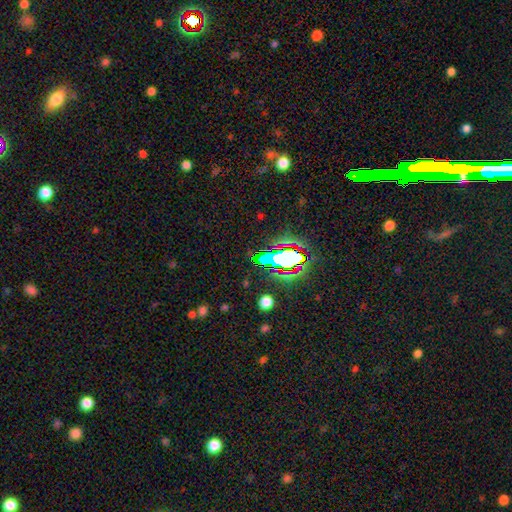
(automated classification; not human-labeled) Q: Smooth or featured?
A: star or artifact (77%); runner-up: smooth (14%)